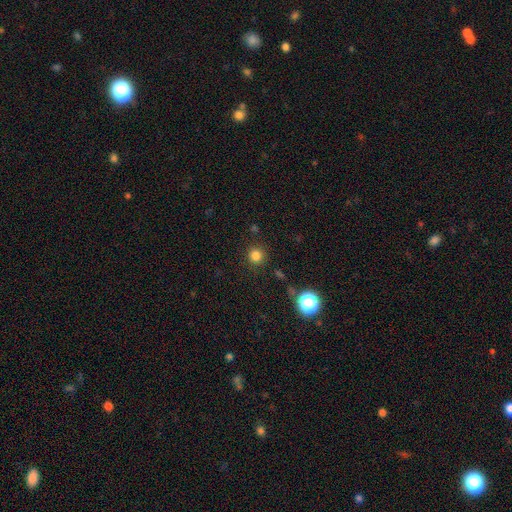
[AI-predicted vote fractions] Smooth or featured? Predicted: smooth (p=0.81). How rounded? Predicted: round (p=0.94). Merging? Predicted: none (p=0.89).